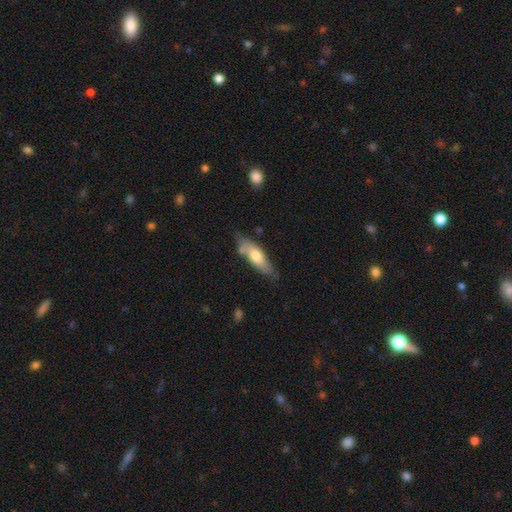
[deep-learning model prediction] Smooth or featured?
  - smooth: 62% *
  - featured or disk: 32%
  - star or artifact: 6%
How rounded?
  - cigar-shaped: 50% *
  - in between: 48%
  - round: 2%
Merging?
  - none: 66% *
  - minor disturbance: 22%
  - merger: 7%
  - major disturbance: 4%